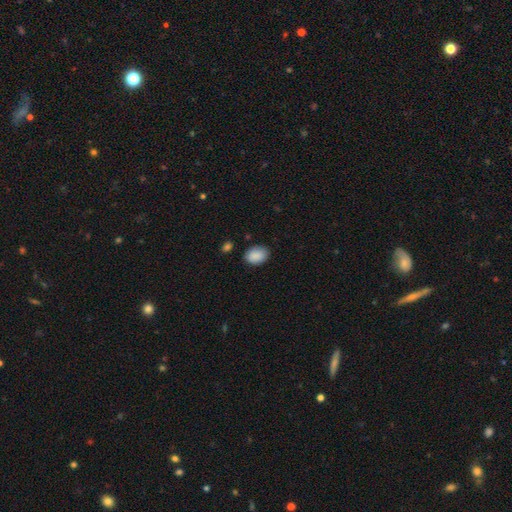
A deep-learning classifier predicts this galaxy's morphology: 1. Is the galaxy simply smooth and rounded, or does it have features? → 89% smooth, 7% star or artifact, 4% featured or disk.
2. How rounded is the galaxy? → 77% in between, 22% round, 1% cigar-shaped.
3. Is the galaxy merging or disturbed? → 83% none, 13% minor disturbance, 3% major disturbance, 2% merger.